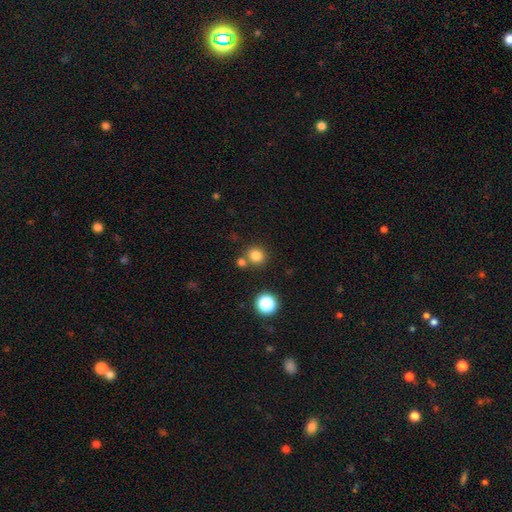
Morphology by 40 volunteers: A smooth galaxy with no disk features (95%) that is round (89%).

Vote fractions:
- Smooth or featured? smooth: 95% / star or artifact: 5% / featured or disk: 0%
- How rounded? round: 89% / in between: 11% / cigar-shaped: 0%
- Merging? none: 82% / merger: 13% / minor disturbance: 5% / major disturbance: 0%